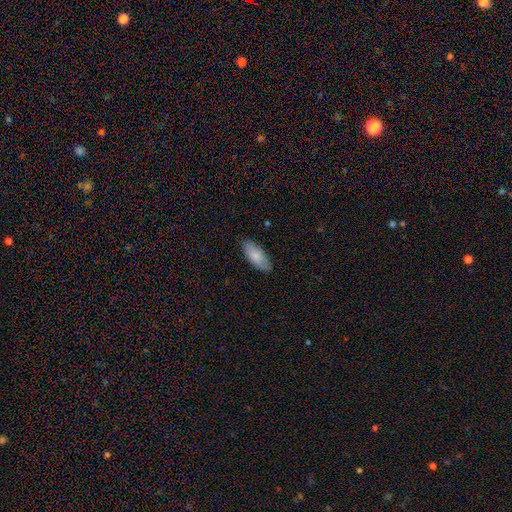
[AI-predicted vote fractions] Smooth or featured: smooth — 82% (featured or disk — 12%)
How rounded: in between — 84% (cigar-shaped — 14%)
Merging: none — 83% (minor disturbance — 14%)